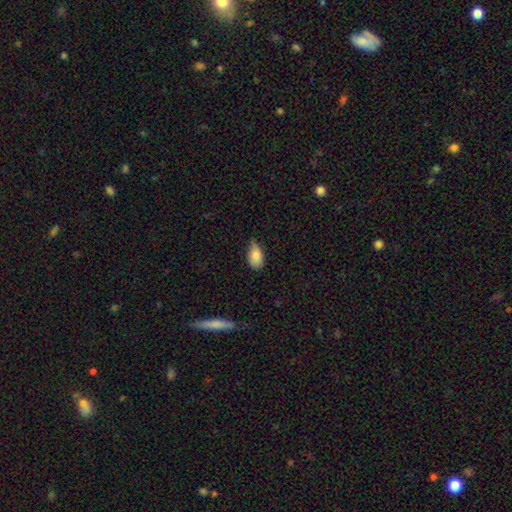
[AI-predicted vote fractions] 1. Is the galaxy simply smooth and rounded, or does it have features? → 82% smooth, 10% featured or disk, 8% star or artifact.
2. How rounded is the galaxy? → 90% in between, 8% round, 2% cigar-shaped.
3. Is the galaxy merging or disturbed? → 47% none, 43% minor disturbance, 8% major disturbance, 2% merger.